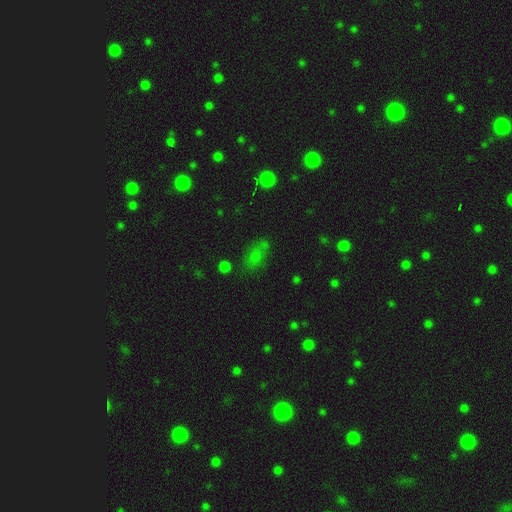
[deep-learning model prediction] Overall: smooth (64%; star or artifact 24%). How rounded: in between (83%). Merging: none (63%).